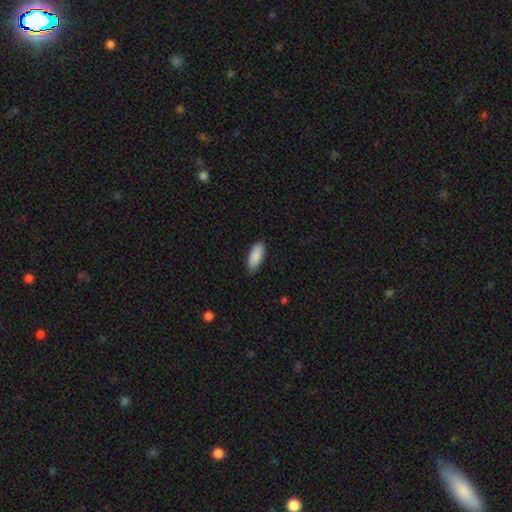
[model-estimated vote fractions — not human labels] Smooth or featured?
  - smooth: 90% *
  - star or artifact: 6%
  - featured or disk: 5%
How rounded?
  - in between: 84% *
  - cigar-shaped: 14%
  - round: 2%
Merging?
  - none: 85% *
  - minor disturbance: 12%
  - major disturbance: 2%
  - merger: 1%